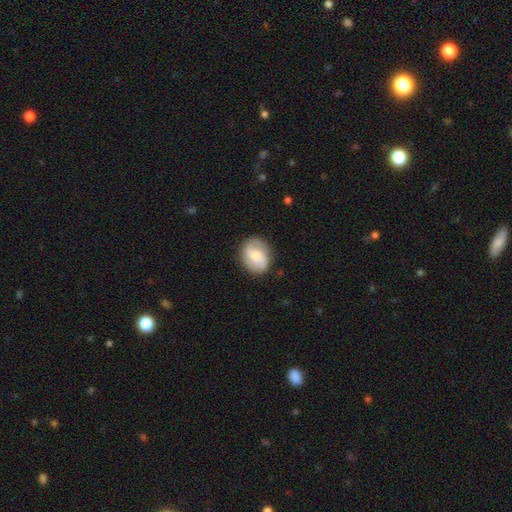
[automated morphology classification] smooth_or_featured: featured or disk (p=0.60) [alt: smooth p=0.34]
disk_edge_on: no (p=0.97) [alt: yes p=0.03]
bar: no (p=0.52) [alt: weak p=0.37]
has_spiral_arms: yes (p=0.90) [alt: no p=0.10]
spiral_winding: medium (p=0.44) [alt: loose p=0.31]
spiral_arm_count: 2 (p=0.84) [alt: can't tell p=0.08]
bulge_size: moderate (p=0.46) [alt: small p=0.45]
merging: none (p=0.81) [alt: minor disturbance p=0.14]